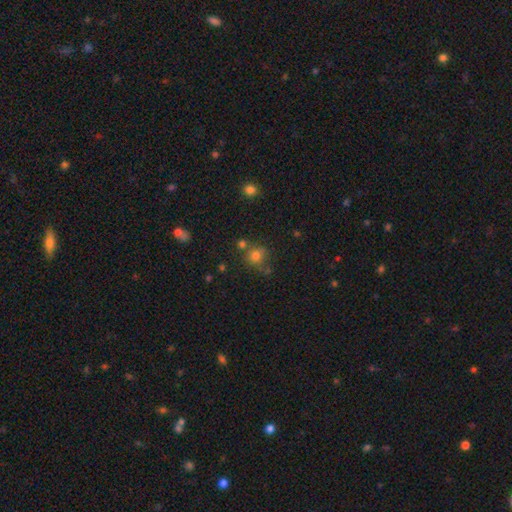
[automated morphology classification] This is likely a smooth galaxy (75%). How rounded: clearly round (81%). Merging: possibly none (58%).